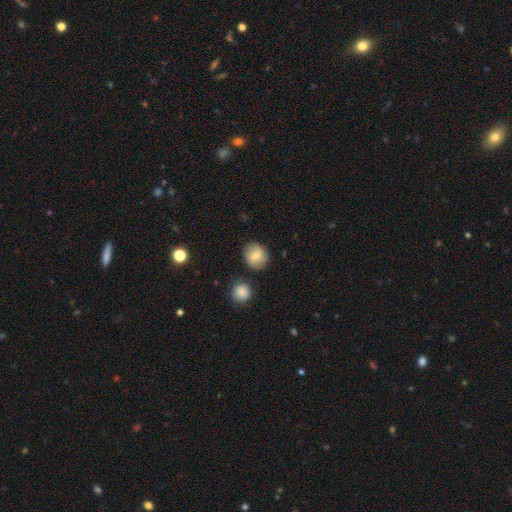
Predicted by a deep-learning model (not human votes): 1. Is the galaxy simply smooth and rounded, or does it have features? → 72% smooth, 19% featured or disk, 9% star or artifact.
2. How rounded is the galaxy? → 84% round, 15% in between, 1% cigar-shaped.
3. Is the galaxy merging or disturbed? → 82% none, 11% minor disturbance, 4% merger, 3% major disturbance.